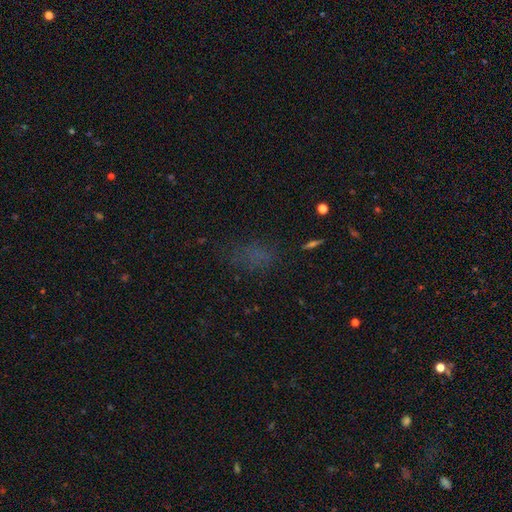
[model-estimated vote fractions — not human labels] A smooth galaxy with no disk features (56%) that is in between round and cigar-shaped (76%).

Vote fractions:
- Smooth or featured? smooth: 56% / star or artifact: 31% / featured or disk: 13%
- How rounded? in between: 76% / round: 17% / cigar-shaped: 7%
- Merging? none: 61% / minor disturbance: 20% / major disturbance: 16% / merger: 3%